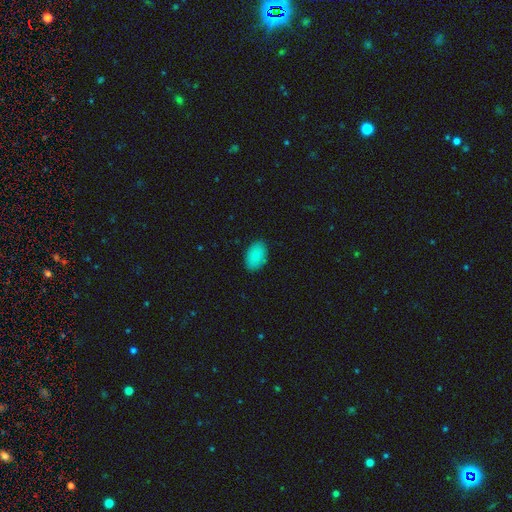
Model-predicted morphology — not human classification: Smooth or featured? smooth (87%)
How rounded? in between (91%)
Merging? none (86%)